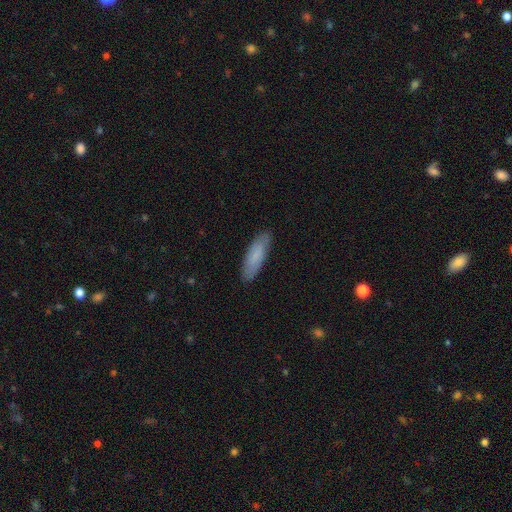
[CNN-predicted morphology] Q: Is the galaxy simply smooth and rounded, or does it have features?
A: smooth — 81%.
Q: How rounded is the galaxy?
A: cigar-shaped — 53%.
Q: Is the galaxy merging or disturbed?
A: none — 86%.